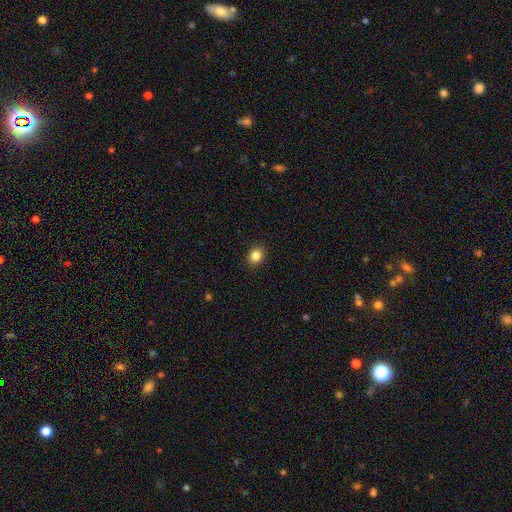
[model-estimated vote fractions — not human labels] Smooth or featured? Predicted: smooth (p=0.85). How rounded? Predicted: round (p=0.72). Merging? Predicted: none (p=0.90).